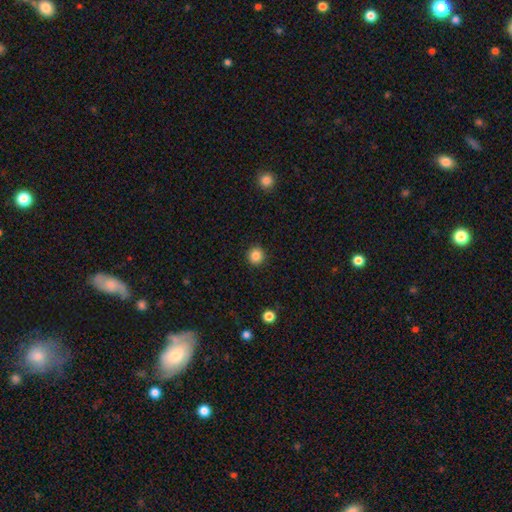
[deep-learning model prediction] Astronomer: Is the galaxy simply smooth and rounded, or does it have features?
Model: smooth — 86%.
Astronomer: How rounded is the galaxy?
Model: round — 93%.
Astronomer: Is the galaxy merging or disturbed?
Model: none — 92%.